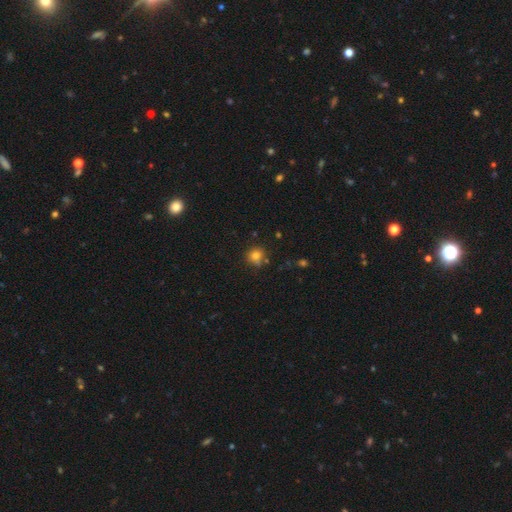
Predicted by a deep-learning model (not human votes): Morphology: type=smooth (79%); roundness=round (87%); merging=none (73%).